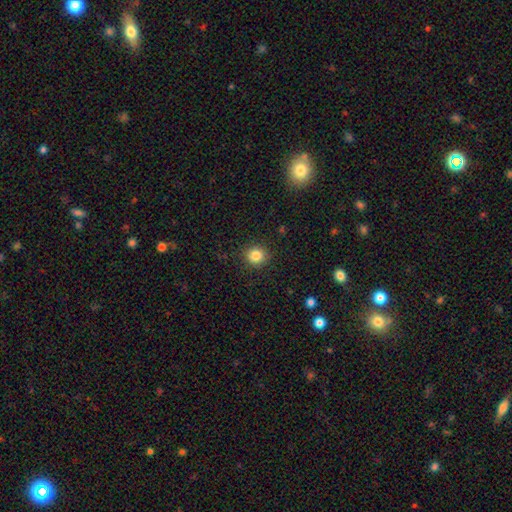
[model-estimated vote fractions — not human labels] This is clearly a smooth galaxy (85%). How rounded: clearly round (91%). Merging: clearly none (91%).